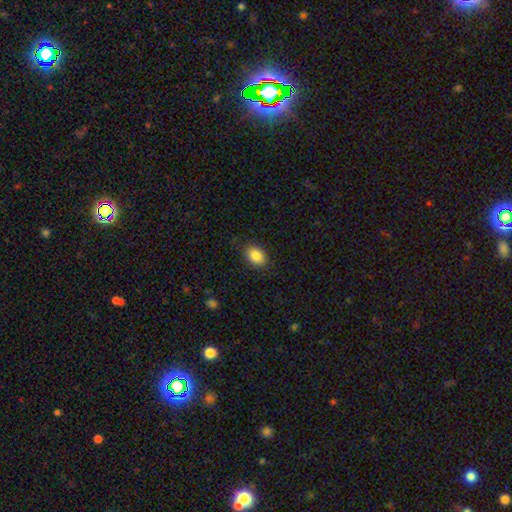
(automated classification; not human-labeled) Q: Smooth or featured?
A: smooth (87%); runner-up: star or artifact (8%)
Q: How rounded?
A: in between (80%); runner-up: round (18%)
Q: Merging?
A: none (86%); runner-up: minor disturbance (11%)